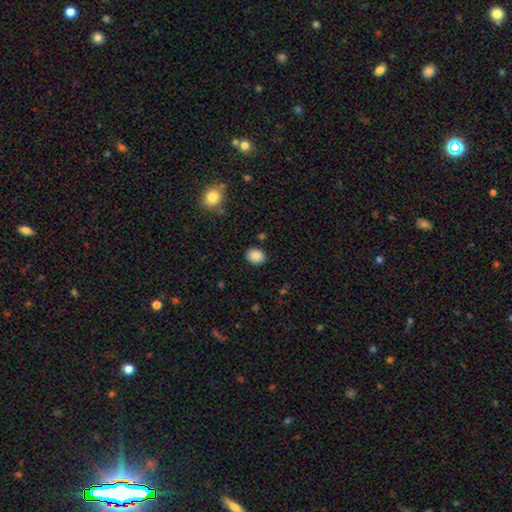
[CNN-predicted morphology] The model was most divided on "how rounded": in between: 51%, round: 48%, cigar-shaped: 1%. More confident: smooth or featured — smooth (88%); merging — none (86%).